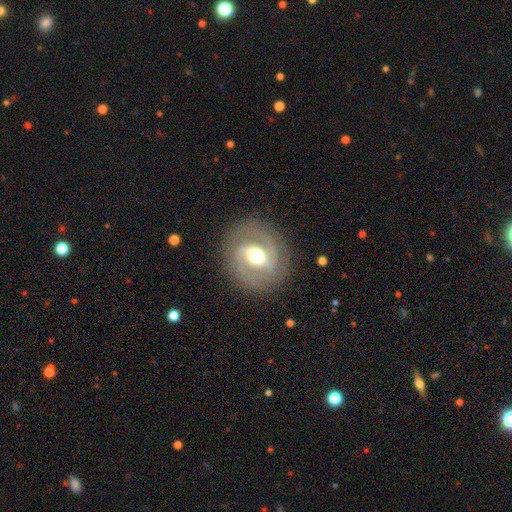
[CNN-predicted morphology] Overall: featured or disk (77%). Edge-on disk: no (96%). Bar: weak (44%; strong 31%). Spiral arms: yes (83%). Spiral arm count: 2 (83%). Spiral winding: medium (44%; tight 39%). Bulge size: moderate (66%). Merging: none (83%).